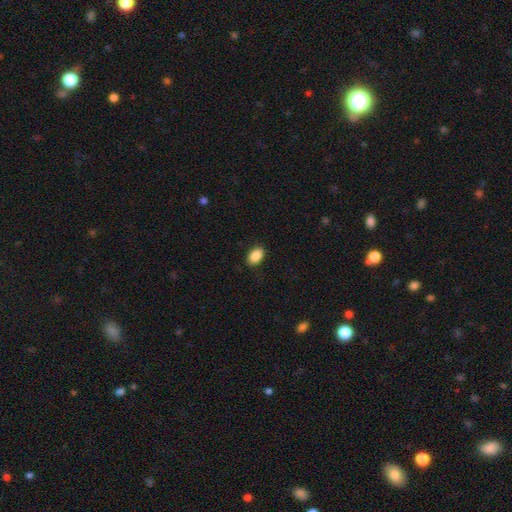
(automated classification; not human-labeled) Smooth or featured: smooth — 90% (star or artifact — 7%)
How rounded: in between — 90% (round — 8%)
Merging: none — 87% (minor disturbance — 10%)